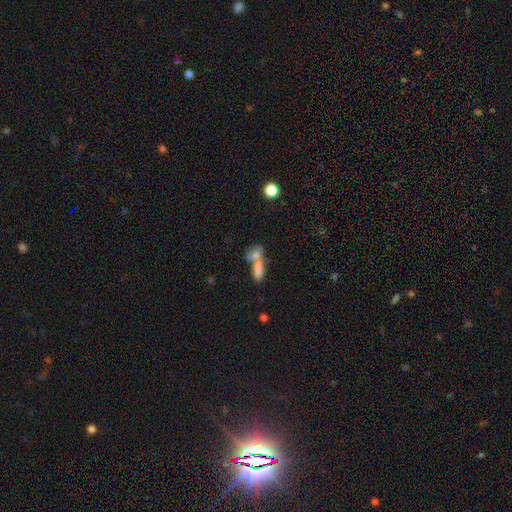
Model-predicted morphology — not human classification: A smooth galaxy with no disk features (74%) that is in between round and cigar-shaped (73%).

Vote fractions:
- Smooth or featured? smooth: 74% / featured or disk: 16% / star or artifact: 10%
- How rounded? in between: 73% / round: 14% / cigar-shaped: 13%
- Merging? merger: 61% / none: 26% / minor disturbance: 8% / major disturbance: 5%